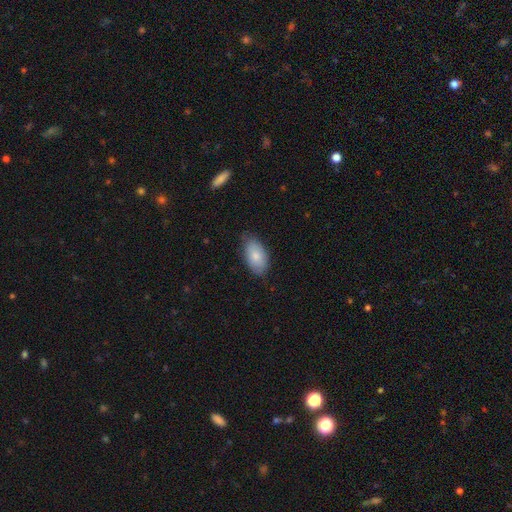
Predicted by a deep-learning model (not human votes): This is clearly a smooth galaxy (81%). How rounded: clearly in between (94%). Merging: likely none (74%).